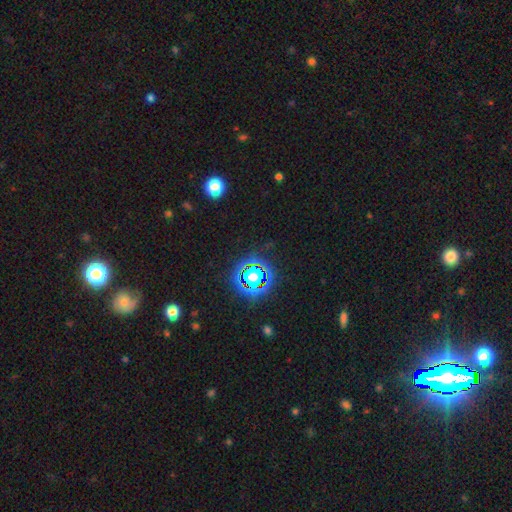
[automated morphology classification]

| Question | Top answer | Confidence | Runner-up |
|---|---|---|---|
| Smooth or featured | star or artifact | 81% | smooth (12%) |